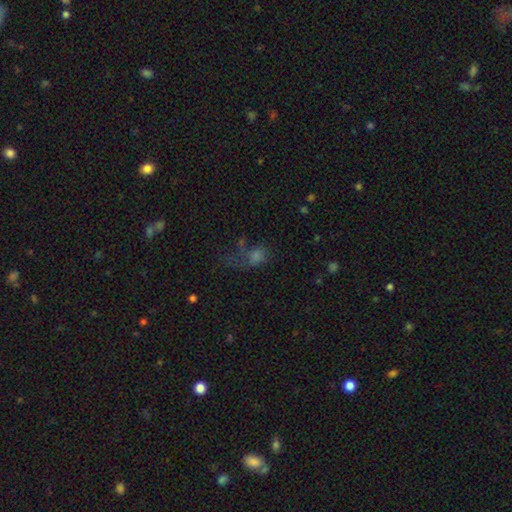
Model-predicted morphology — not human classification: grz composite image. It shows a smooth galaxy with no disk features (47%). Merging: major disturbance (42%).